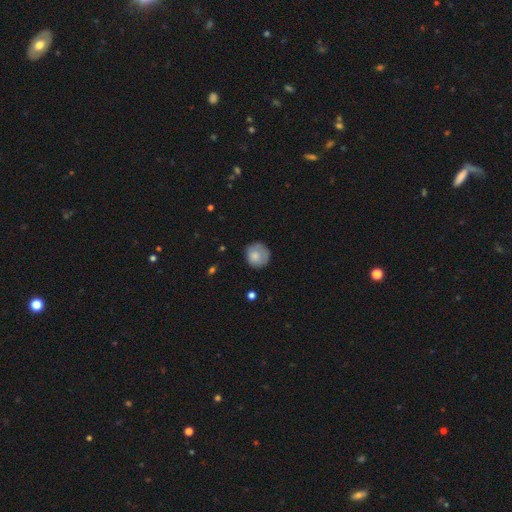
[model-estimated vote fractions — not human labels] Smooth or featured: smooth — 79% (featured or disk — 14%)
How rounded: round — 89% (in between — 10%)
Merging: none — 75% (minor disturbance — 19%)